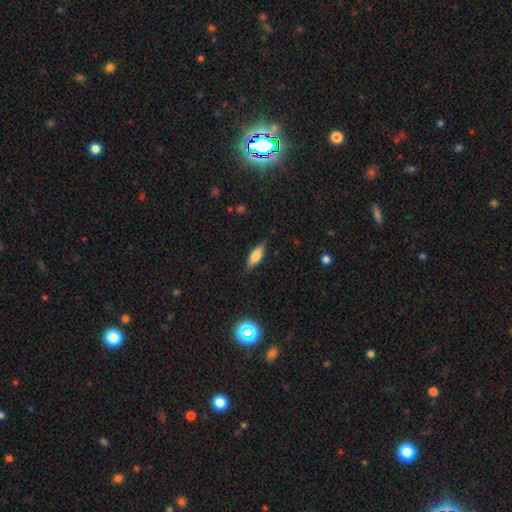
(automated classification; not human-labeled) A smooth galaxy with no disk features (71%) that is in between round and cigar-shaped (59%).

Vote fractions:
- Smooth or featured? smooth: 71% / featured or disk: 21% / star or artifact: 8%
- How rounded? in between: 59% / cigar-shaped: 39% / round: 2%
- Merging? none: 84% / minor disturbance: 13% / major disturbance: 3% / merger: 1%